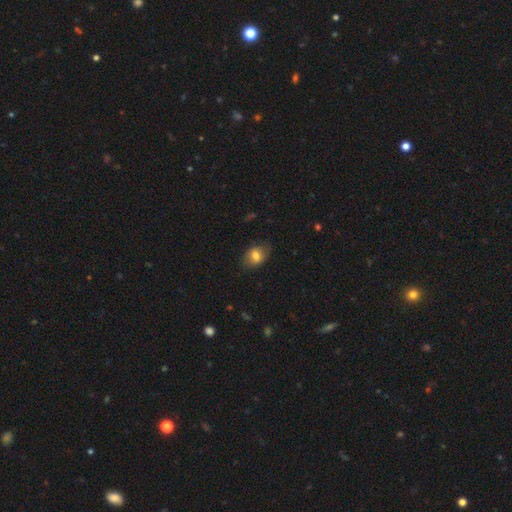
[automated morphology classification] smooth-or-featured: smooth: 77% | featured or disk: 15% | star or artifact: 8%
  how-rounded: in between: 68% | round: 31% | cigar-shaped: 1%
  merging: none: 72% | minor disturbance: 21% | major disturbance: 6% | merger: 1%